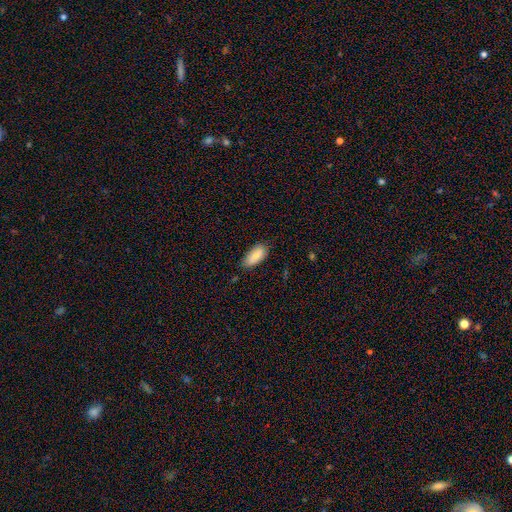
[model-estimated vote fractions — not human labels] Smooth or featured?
  - smooth: 82% *
  - featured or disk: 12%
  - star or artifact: 7%
How rounded?
  - in between: 89% *
  - cigar-shaped: 9%
  - round: 2%
Merging?
  - none: 75% *
  - minor disturbance: 21%
  - major disturbance: 3%
  - merger: 2%